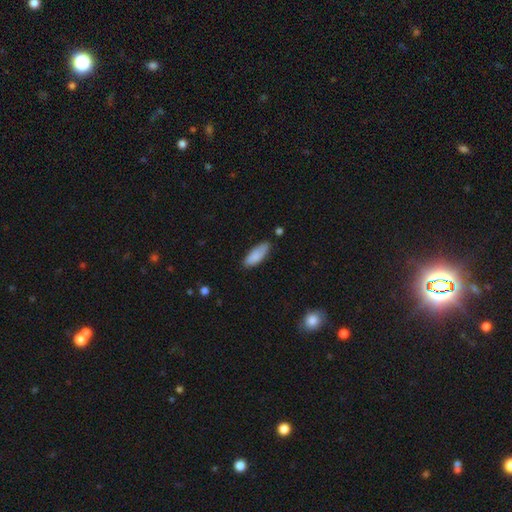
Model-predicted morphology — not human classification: smooth 85%, featured or disk 8%, star or artifact 6%. Down the decision tree: how rounded — in between (69%); merging — none (72%).